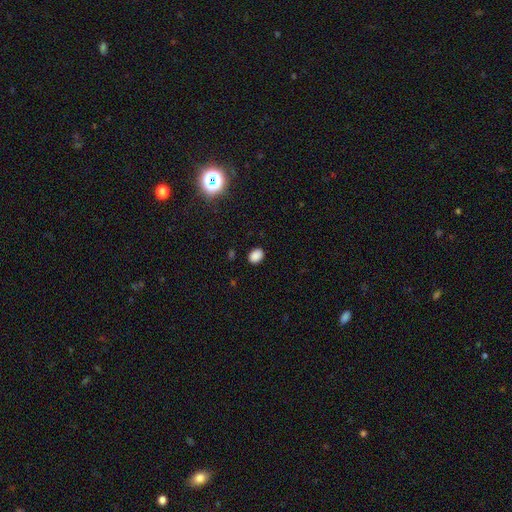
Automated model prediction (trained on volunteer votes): Smooth or featured: smooth — 86% (star or artifact — 11%)
How rounded: in between — 65% (round — 34%)
Merging: none — 87% (minor disturbance — 9%)